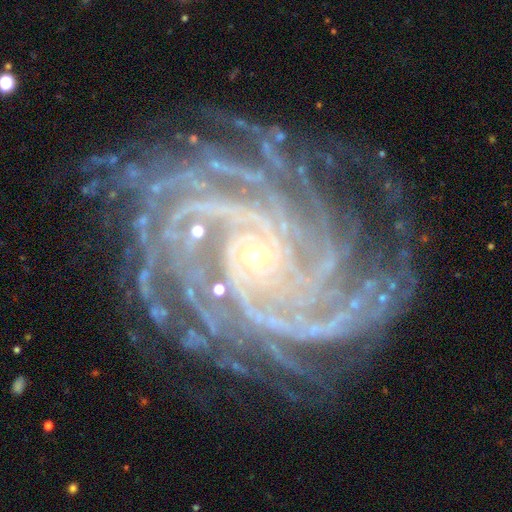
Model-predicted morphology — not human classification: This appears to be a featured or disk galaxy (91%) with no bar (65%), more than 4 (44%) tight (81%) spiral arms (99%) and a small central bulge (85%). Merging: none (79%).